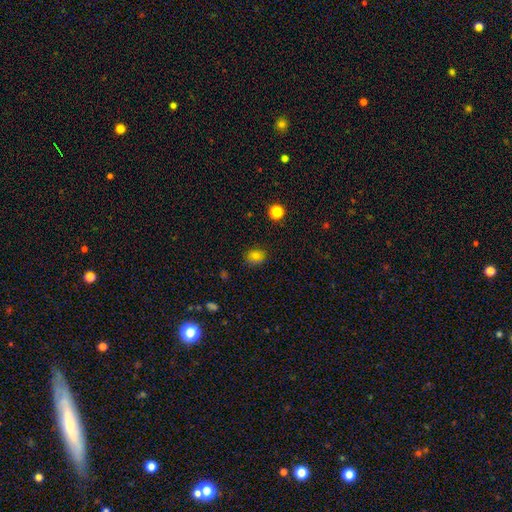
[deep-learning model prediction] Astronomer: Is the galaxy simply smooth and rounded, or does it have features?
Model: smooth — 73%.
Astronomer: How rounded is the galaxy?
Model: round — 60% (runner-up: in between, 39%).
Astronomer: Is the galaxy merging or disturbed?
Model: none — 81%.